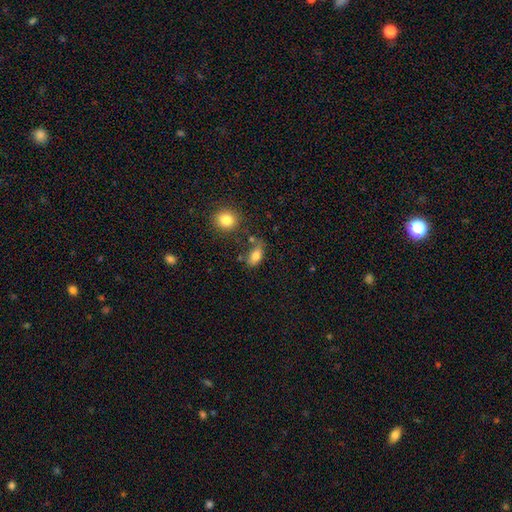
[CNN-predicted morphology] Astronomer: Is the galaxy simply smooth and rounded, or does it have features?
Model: smooth — 80%.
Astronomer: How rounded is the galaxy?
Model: in between — 86%.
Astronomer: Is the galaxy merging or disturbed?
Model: none — 54%.